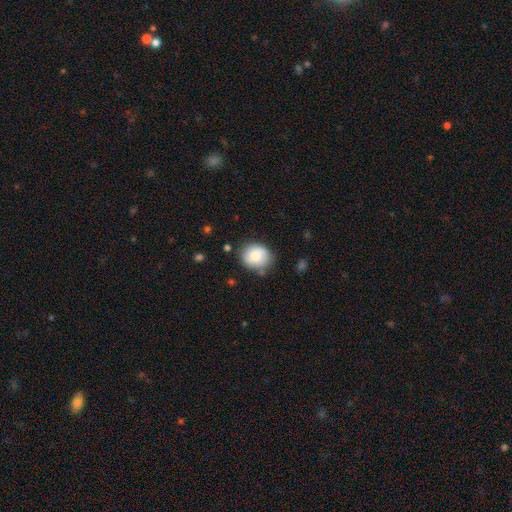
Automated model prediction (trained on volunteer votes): A smooth galaxy with no disk features (75%) that is round (75%).

Vote fractions:
- Smooth or featured? smooth: 75% / featured or disk: 17% / star or artifact: 8%
- How rounded? round: 75% / in between: 24% / cigar-shaped: 1%
- Merging? none: 76% / minor disturbance: 17% / major disturbance: 4% / merger: 3%